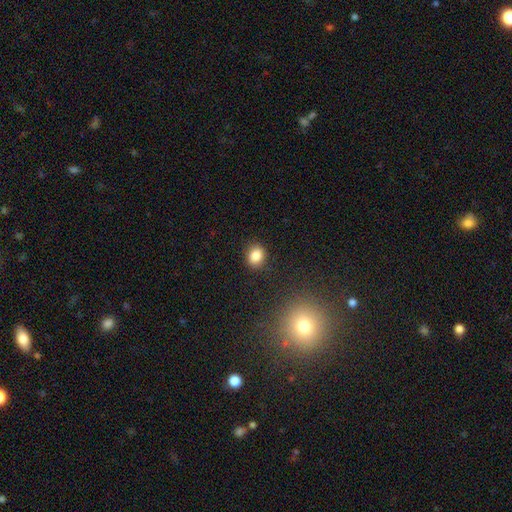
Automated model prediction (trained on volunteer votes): smooth-or-featured: smooth: 85% | star or artifact: 10% | featured or disk: 5%
  how-rounded: round: 57% | in between: 42% | cigar-shaped: 1%
  merging: none: 86% | minor disturbance: 9% | major disturbance: 3% | merger: 2%